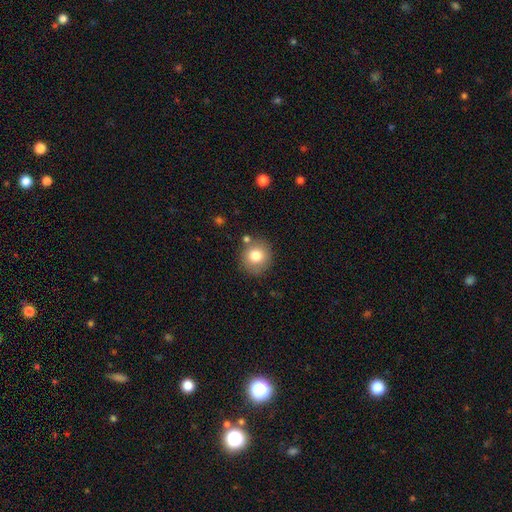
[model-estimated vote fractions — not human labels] smooth 79%, featured or disk 11%, star or artifact 10%. Down the decision tree: how rounded — round (89%); merging — none (80%).